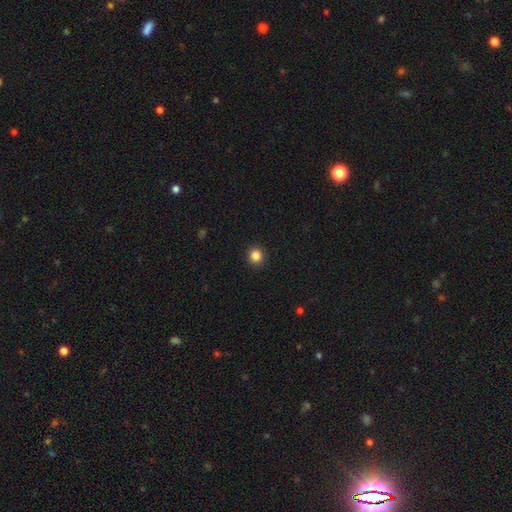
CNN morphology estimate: This appears to be a smooth galaxy with no disk features (85%) that is round (92%). Merging: none (93%).